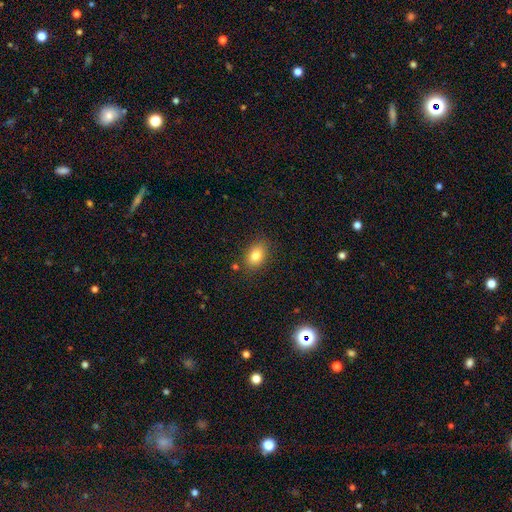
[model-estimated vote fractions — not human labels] smooth-or-featured: smooth: 81% | star or artifact: 10% | featured or disk: 9%
  how-rounded: in between: 78% | round: 21% | cigar-shaped: 1%
  merging: none: 84% | minor disturbance: 11% | major disturbance: 3% | merger: 3%